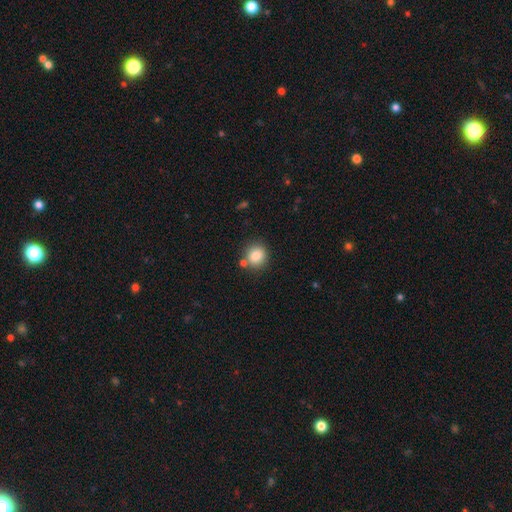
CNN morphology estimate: A smooth galaxy with no disk features (84%) that is round (85%).

Vote fractions:
- Smooth or featured? smooth: 84% / star or artifact: 10% / featured or disk: 6%
- How rounded? round: 85% / in between: 14% / cigar-shaped: 1%
- Merging? none: 77% / minor disturbance: 10% / merger: 10% / major disturbance: 3%